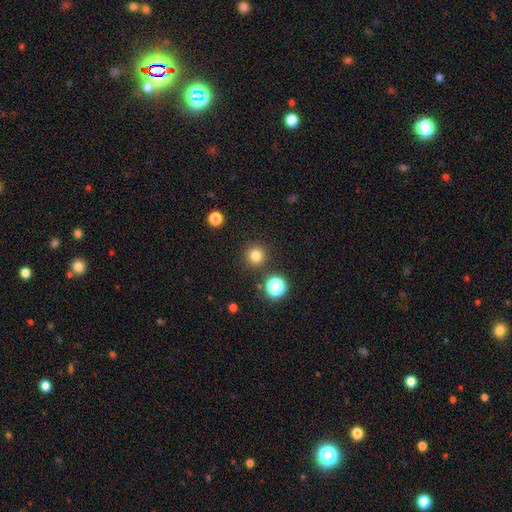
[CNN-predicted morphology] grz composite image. It shows a smooth galaxy with no disk features (80%) that is round (95%). Merging: none (90%).